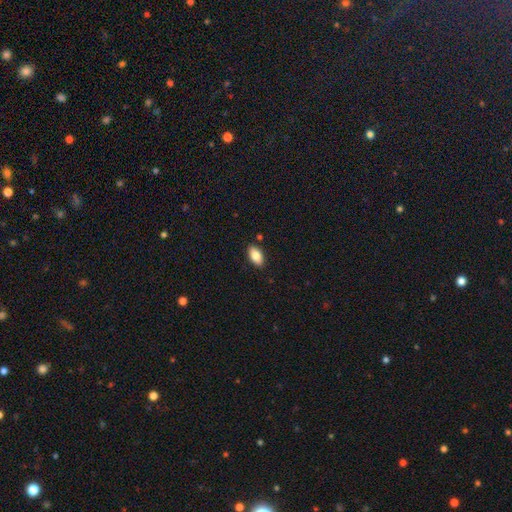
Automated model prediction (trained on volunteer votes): Overall: smooth (84%). How rounded: in between (93%). Merging: none (88%).